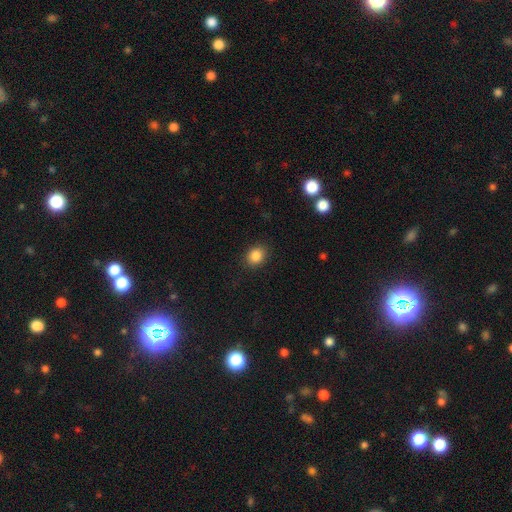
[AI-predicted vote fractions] This is clearly a smooth galaxy (86%). How rounded: possibly round (58%). Merging: clearly none (88%).